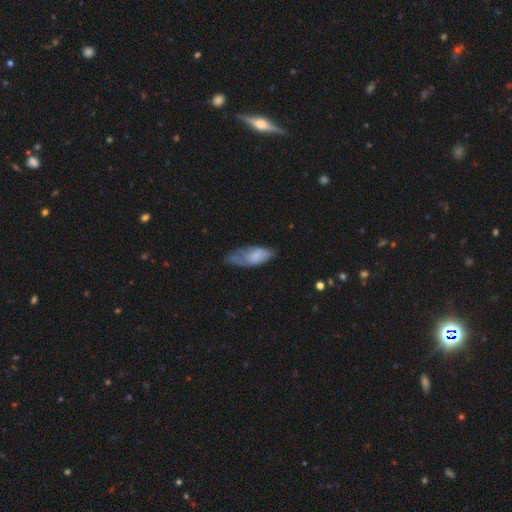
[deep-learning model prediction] Smooth or featured?
  - smooth: 62% *
  - featured or disk: 30%
  - star or artifact: 8%
How rounded?
  - in between: 85% *
  - cigar-shaped: 13%
  - round: 2%
Merging?
  - minor disturbance: 39% *
  - none: 32%
  - major disturbance: 26%
  - merger: 3%